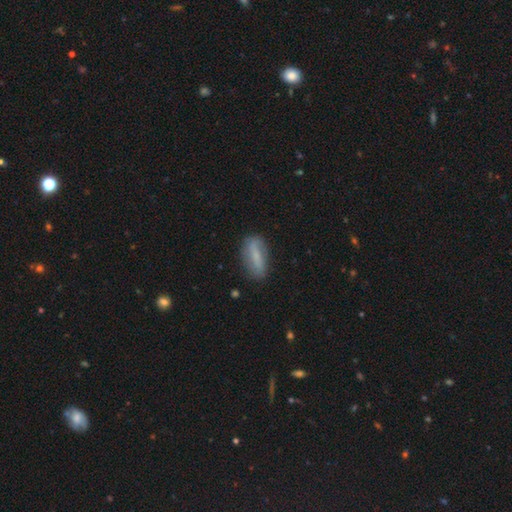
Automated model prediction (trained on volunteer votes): Smooth or featured? Predicted: smooth (p=0.62). How rounded? Predicted: in between (p=0.64). Merging? Predicted: none (p=0.74).